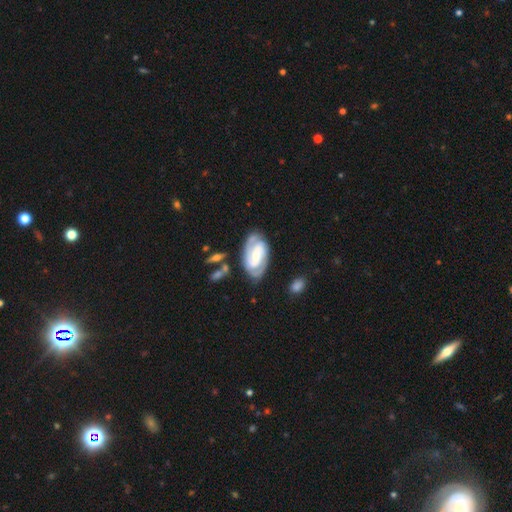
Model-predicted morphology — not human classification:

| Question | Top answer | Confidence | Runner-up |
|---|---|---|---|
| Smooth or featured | featured or disk | 84% | smooth (11%) |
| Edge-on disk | no | 96% | yes (4%) |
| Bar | weak | 43% | strong (31%) |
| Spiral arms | yes | 95% | no (5%) |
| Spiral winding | tight | 55% | medium (37%) |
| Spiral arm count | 2 | 82% | can't tell (8%) |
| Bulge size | moderate | 47% | small (46%) |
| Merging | none | 77% | minor disturbance (15%) |